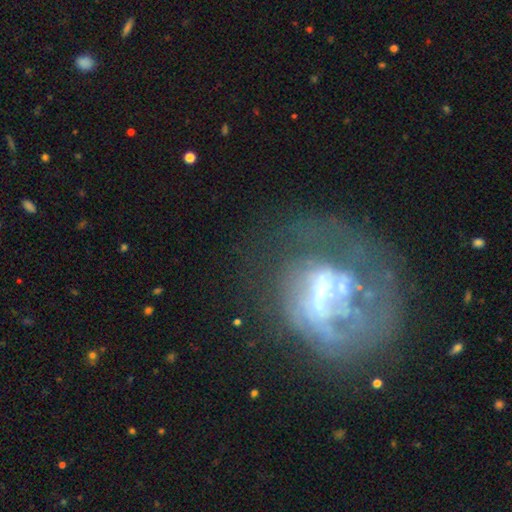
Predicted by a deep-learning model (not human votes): featured or disk 65%, smooth 18%, star or artifact 17%. Down the decision tree: edge-on disk — no (96%); bar — no (46%); spiral arms — no (54%); bulge size — small (30%, tied with moderate); merging — none (42%).